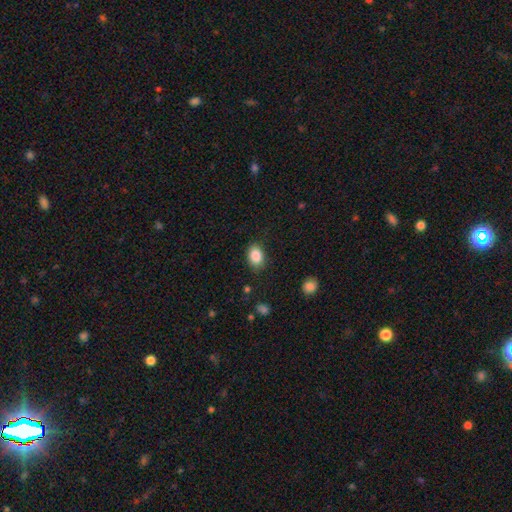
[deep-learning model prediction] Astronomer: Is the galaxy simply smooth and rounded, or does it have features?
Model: smooth — 87%.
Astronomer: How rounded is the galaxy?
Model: in between — 79%.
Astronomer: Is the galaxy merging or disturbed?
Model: none — 84%.